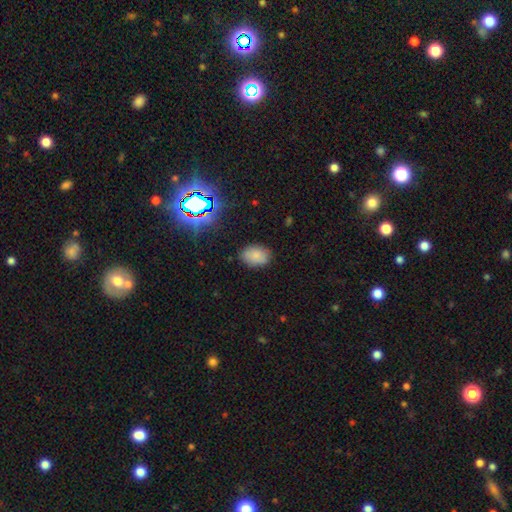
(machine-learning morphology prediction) This is likely a smooth galaxy (79%). How rounded: likely in between (79%). Merging: clearly none (83%).